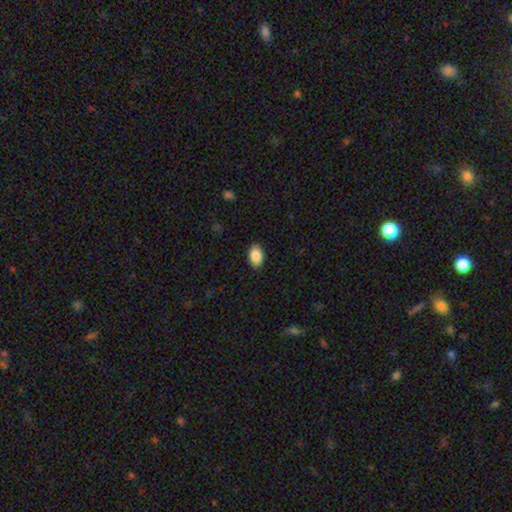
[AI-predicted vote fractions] A smooth galaxy with no disk features (88%) that is in between round and cigar-shaped (90%).

Vote fractions:
- Smooth or featured? smooth: 88% / star or artifact: 7% / featured or disk: 5%
- How rounded? in between: 90% / round: 9% / cigar-shaped: 1%
- Merging? none: 89% / minor disturbance: 8% / major disturbance: 2% / merger: 1%